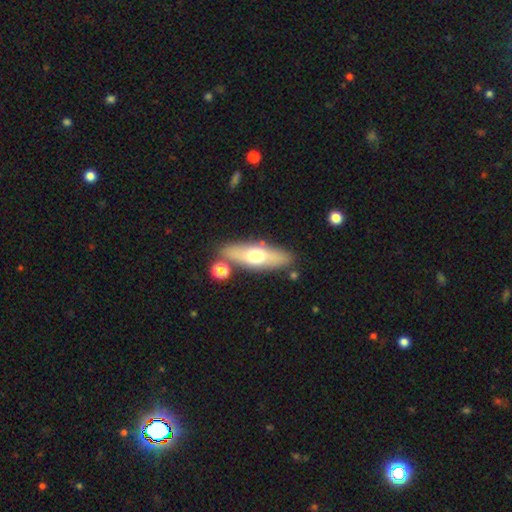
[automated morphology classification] Smooth or featured? smooth (55%)
How rounded? cigar-shaped (52%)
Merging? none (78%)